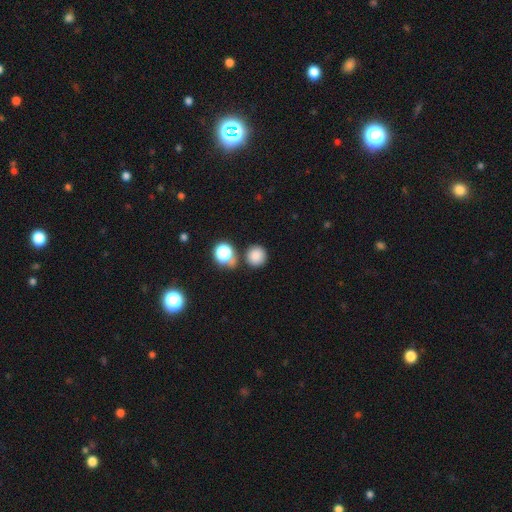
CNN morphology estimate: smooth 82%, star or artifact 13%, featured or disk 5%. Down the decision tree: how rounded — round (90%); merging — none (76%).